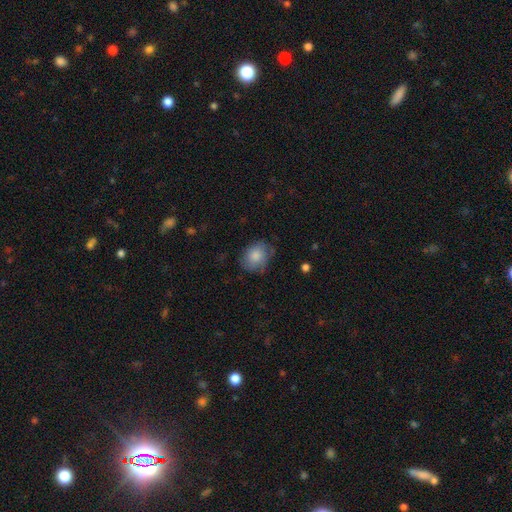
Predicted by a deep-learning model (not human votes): The model was most divided on "how rounded": round: 51%, in between: 48%, cigar-shaped: 1%. More confident: smooth or featured — smooth (79%); merging — none (63%).